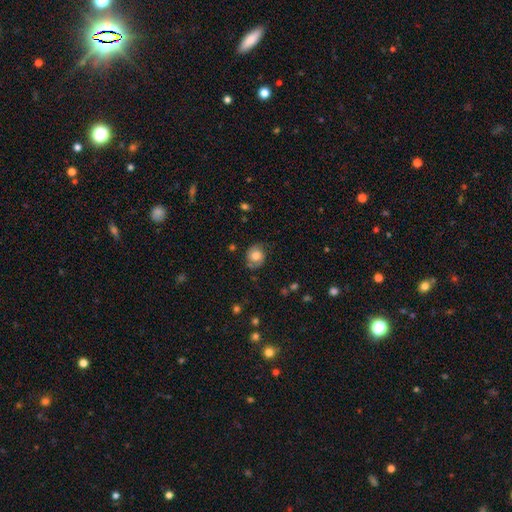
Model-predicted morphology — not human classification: Smooth or featured?
  - smooth: 61% *
  - featured or disk: 29%
  - star or artifact: 10%
How rounded?
  - round: 78% *
  - in between: 22%
  - cigar-shaped: 1%
Merging?
  - none: 73% *
  - minor disturbance: 19%
  - major disturbance: 6%
  - merger: 2%